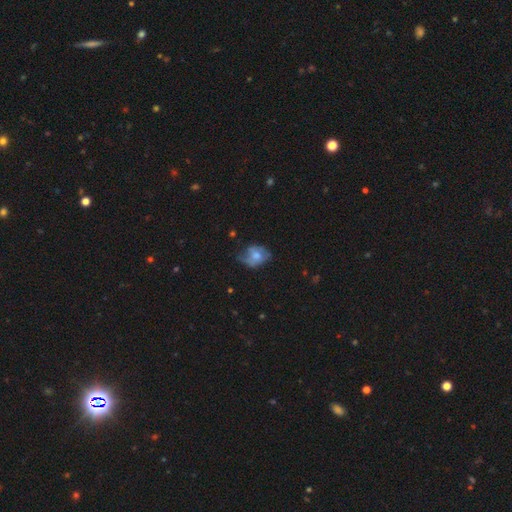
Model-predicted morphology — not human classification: This is possibly a smooth galaxy (49%). Merging: marginally none (41%).